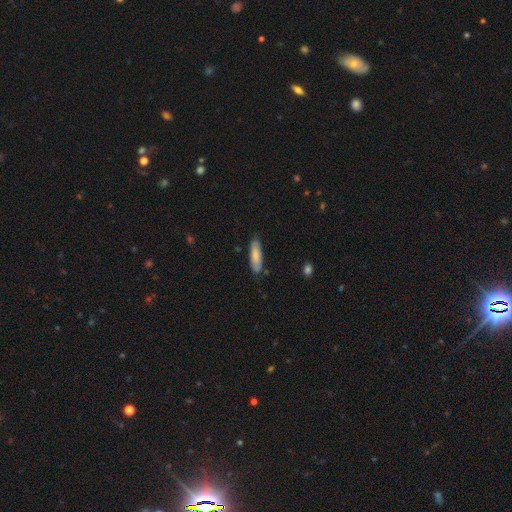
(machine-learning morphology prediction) Smooth or featured: smooth — 81% (featured or disk — 14%)
How rounded: cigar-shaped — 64% (in between — 35%)
Merging: none — 79% (minor disturbance — 16%)